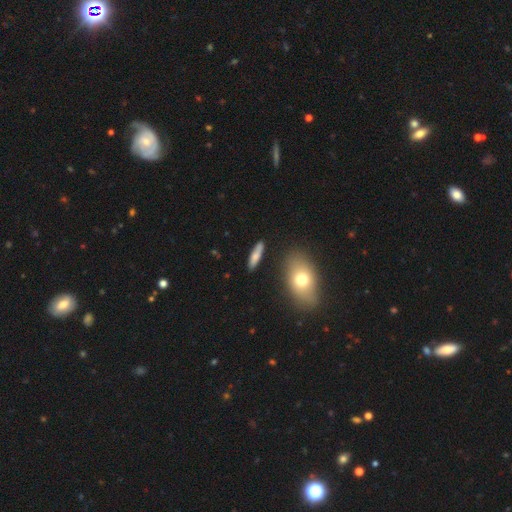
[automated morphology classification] This is likely a smooth galaxy (73%). How rounded: likely cigar-shaped (71%). Merging: clearly none (85%).